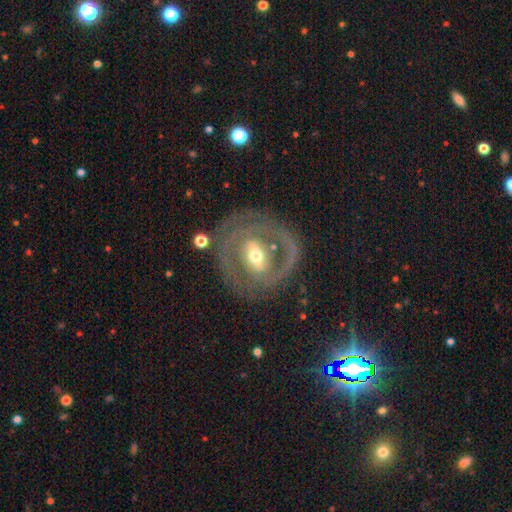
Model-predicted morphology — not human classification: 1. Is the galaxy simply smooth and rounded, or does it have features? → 81% featured or disk, 13% smooth, 6% star or artifact.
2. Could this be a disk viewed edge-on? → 95% no, 5% yes.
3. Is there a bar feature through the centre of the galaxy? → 43% strong, 39% weak, 18% no.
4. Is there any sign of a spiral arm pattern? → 74% yes, 26% no.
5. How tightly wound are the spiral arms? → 47% tight, 36% medium, 16% loose.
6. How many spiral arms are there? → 64% 2, 17% can't tell, 8% 1, 5% 3, 2% 4, 2% more than 4.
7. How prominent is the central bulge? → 65% moderate, 25% small, 8% large, 1% dominant, 1% none.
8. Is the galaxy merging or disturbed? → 72% none, 15% minor disturbance, 11% major disturbance, 3% merger.